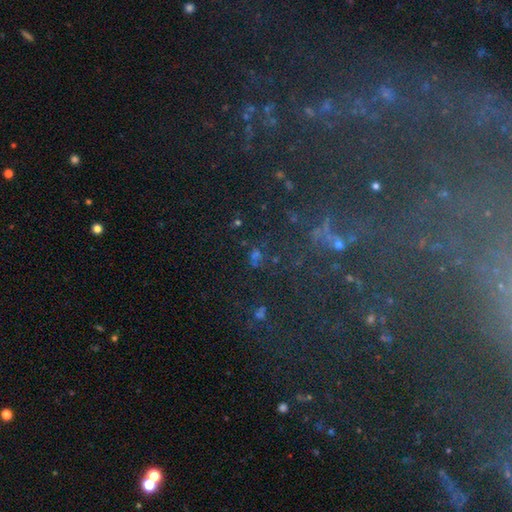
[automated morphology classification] A star or artifact, not a galaxy (56%).